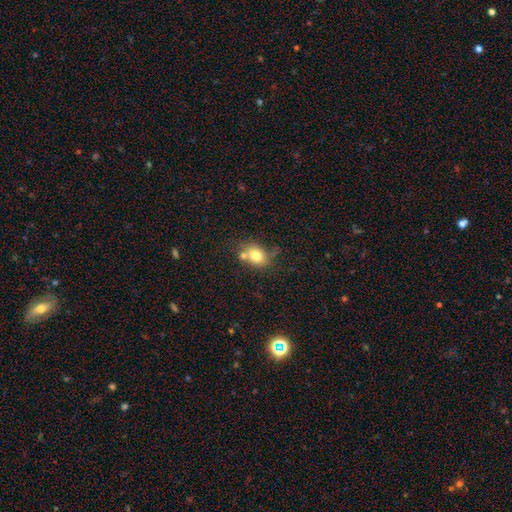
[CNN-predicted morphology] Smooth or featured?
  - smooth: 76% *
  - featured or disk: 14%
  - star or artifact: 10%
How rounded?
  - in between: 58% *
  - round: 41%
  - cigar-shaped: 1%
Merging?
  - none: 53% *
  - merger: 25%
  - minor disturbance: 17%
  - major disturbance: 6%